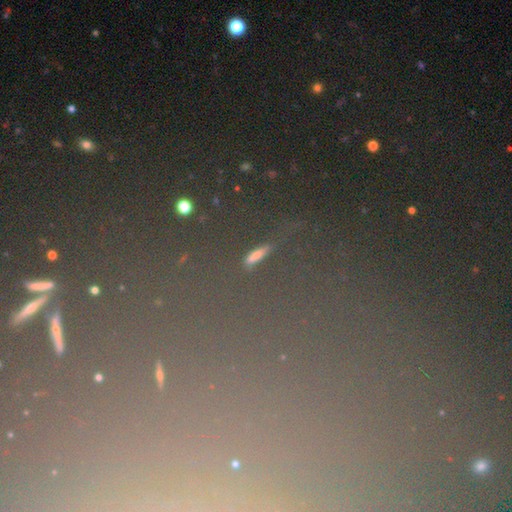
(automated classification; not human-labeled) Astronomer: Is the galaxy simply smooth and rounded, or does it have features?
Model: smooth — 47% (runner-up: star or artifact, 34%).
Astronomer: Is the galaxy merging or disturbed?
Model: none — 75%.